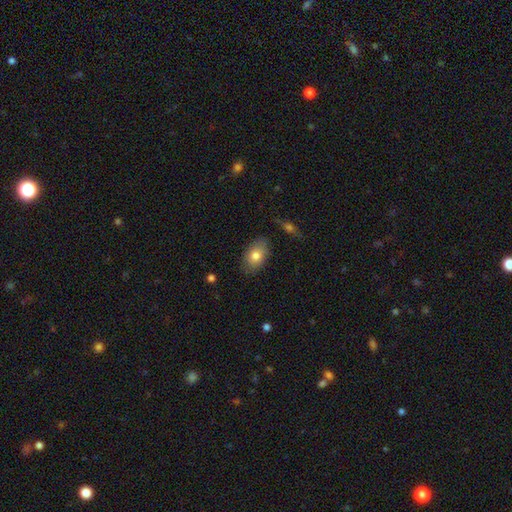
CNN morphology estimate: type=smooth (78%); roundness=in between (87%); merging=none (82%).